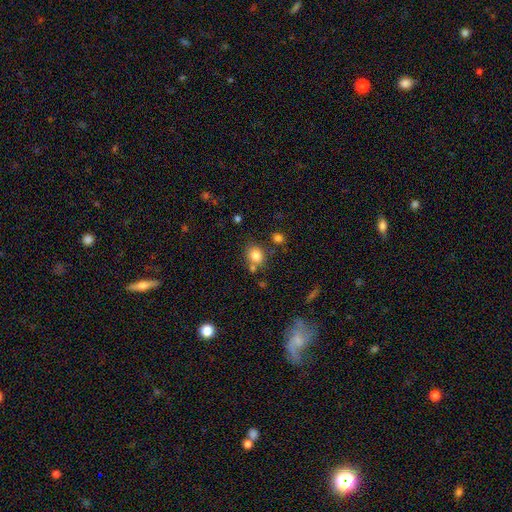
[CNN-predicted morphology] The model was most divided on "how rounded": round: 66%, in between: 33%, cigar-shaped: 1%. More confident: smooth or featured — smooth (82%); merging — none (68%).